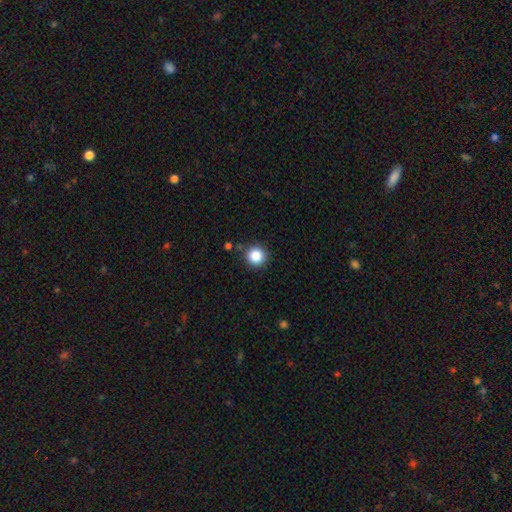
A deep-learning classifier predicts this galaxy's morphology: A smooth galaxy with no disk features (86%) that is round (95%). Merging: none (86%).